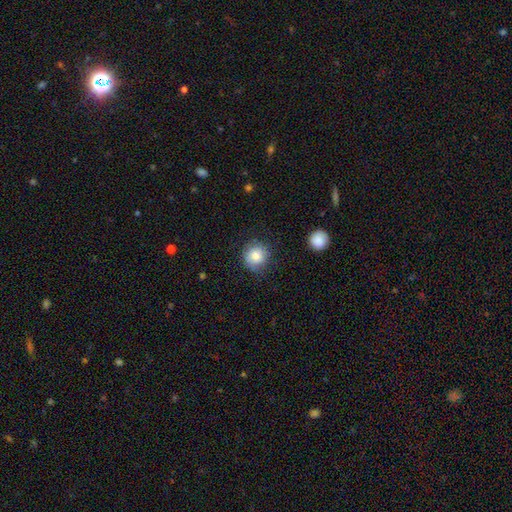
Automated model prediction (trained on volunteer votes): smooth 80%, featured or disk 11%, star or artifact 9%. Down the decision tree: how rounded — round (89%); merging — none (78%).